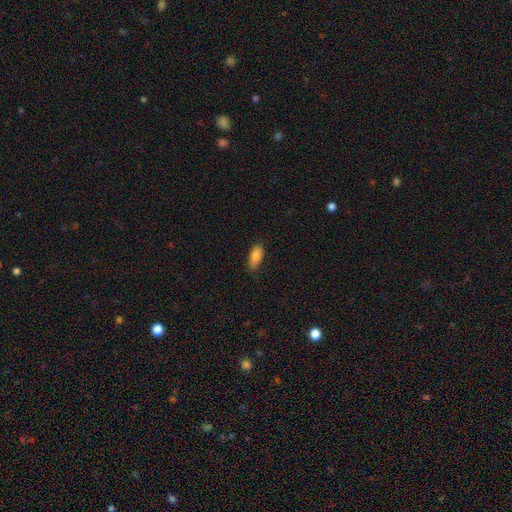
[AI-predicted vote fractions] The model was most divided on "merging": none: 80%, minor disturbance: 16%, major disturbance: 2%, merger: 1%. More confident: how rounded — in between (85%); smooth or featured — smooth (83%).